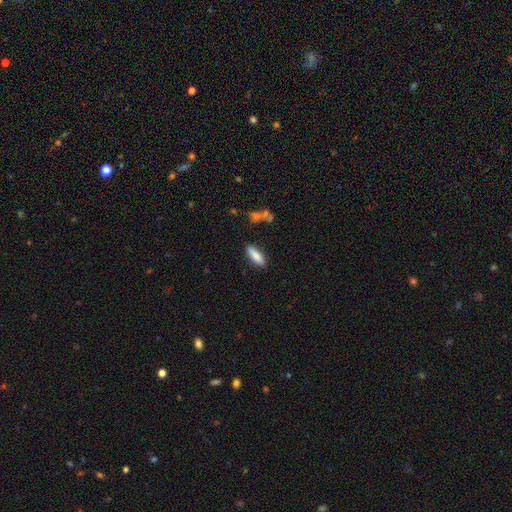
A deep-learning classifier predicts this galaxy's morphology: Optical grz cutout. It shows a smooth galaxy with no disk features (82%) that is cigar-shaped (52%). Merging: none (85%).